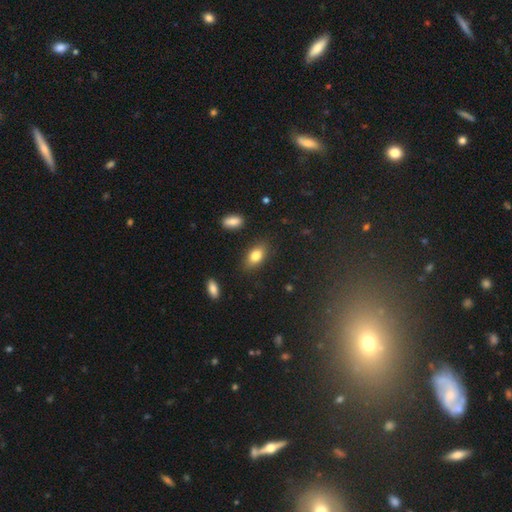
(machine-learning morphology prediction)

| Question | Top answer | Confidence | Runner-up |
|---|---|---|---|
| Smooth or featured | smooth | 82% | featured or disk (10%) |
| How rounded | in between | 88% | round (7%) |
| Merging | none | 84% | minor disturbance (12%) |